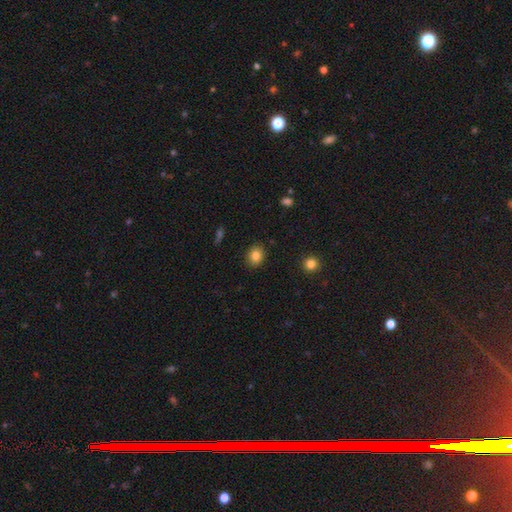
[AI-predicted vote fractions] Morphology: type=smooth (82%); roundness=round (55%); merging=none (89%).